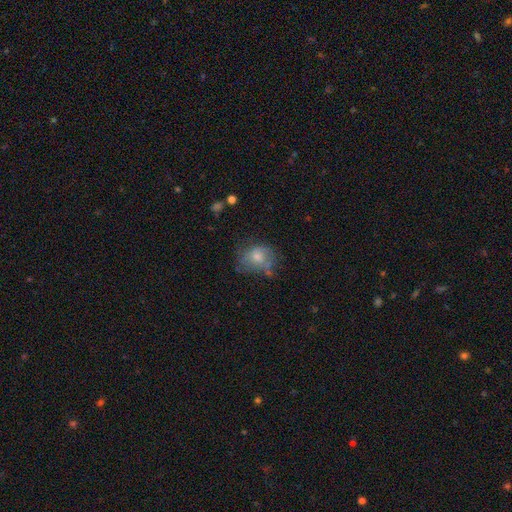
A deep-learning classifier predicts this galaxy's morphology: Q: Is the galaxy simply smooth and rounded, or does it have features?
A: smooth — 61%.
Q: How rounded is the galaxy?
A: round — 54%.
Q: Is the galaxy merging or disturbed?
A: none — 48%.